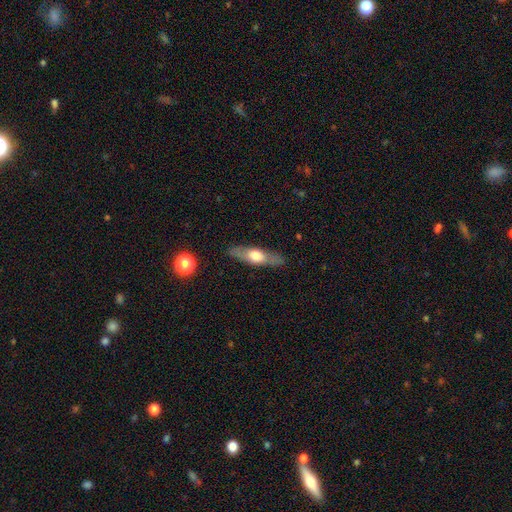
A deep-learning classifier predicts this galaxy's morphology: Smooth or featured? featured or disk (50%)
Edge-on disk? yes (76%)
Merging? none (84%)